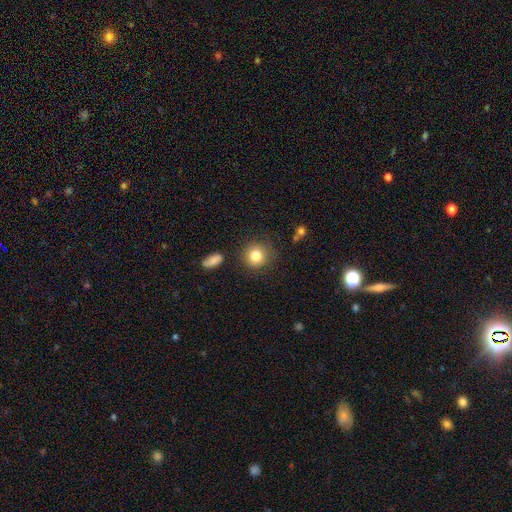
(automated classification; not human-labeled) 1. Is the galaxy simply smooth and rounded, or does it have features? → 82% smooth, 10% star or artifact, 8% featured or disk.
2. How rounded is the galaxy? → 90% round, 9% in between, 1% cigar-shaped.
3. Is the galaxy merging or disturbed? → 84% none, 10% minor disturbance, 3% major disturbance, 3% merger.